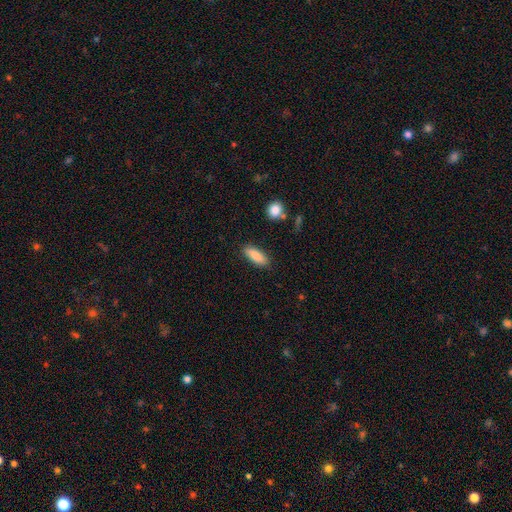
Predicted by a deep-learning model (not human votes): The model was most divided on "how rounded": in between: 67%, cigar-shaped: 31%, round: 2%. More confident: merging — none (87%); smooth or featured — smooth (85%).